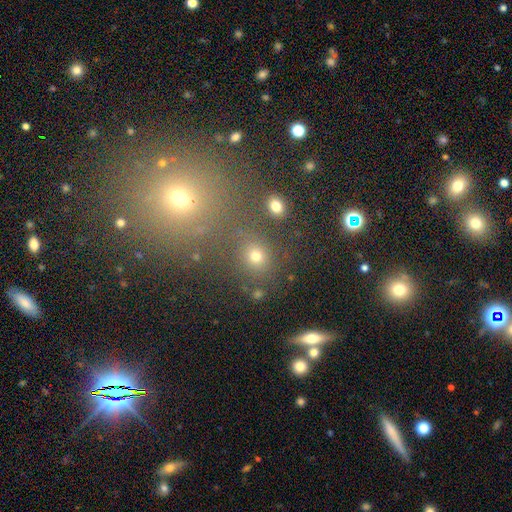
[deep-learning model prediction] The model was most divided on "smooth or featured": smooth: 67%, star or artifact: 23%, featured or disk: 9%. More confident: merging — none (78%); how rounded — round (77%).